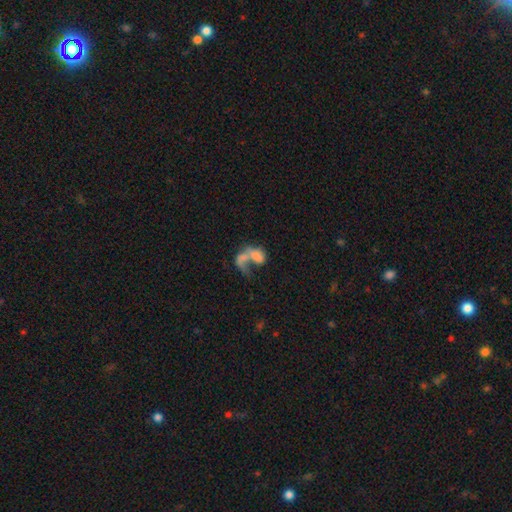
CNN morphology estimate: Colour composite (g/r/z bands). It shows a smooth galaxy with no disk features (50%). Merging: merger (52%).